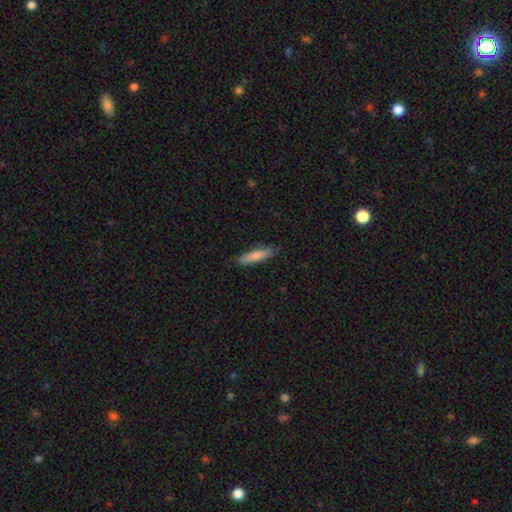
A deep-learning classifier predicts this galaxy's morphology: Smooth or featured?
  - smooth: 80% *
  - featured or disk: 14%
  - star or artifact: 6%
How rounded?
  - cigar-shaped: 78% *
  - in between: 21%
  - round: 1%
Merging?
  - none: 83% *
  - minor disturbance: 13%
  - major disturbance: 2%
  - merger: 1%